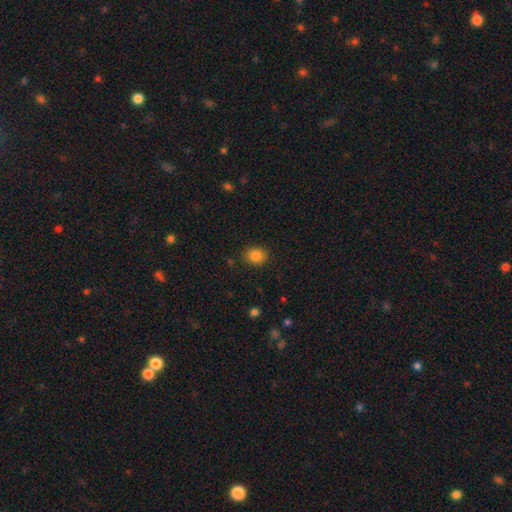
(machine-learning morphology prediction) This is clearly a smooth galaxy (84%). How rounded: likely round (68%). Merging: clearly none (87%).